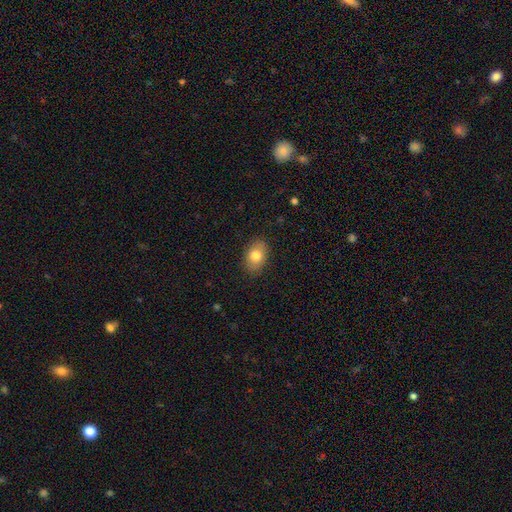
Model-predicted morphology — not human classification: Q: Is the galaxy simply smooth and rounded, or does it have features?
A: smooth — 79%.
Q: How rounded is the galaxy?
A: in between — 79%.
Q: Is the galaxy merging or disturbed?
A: none — 86%.